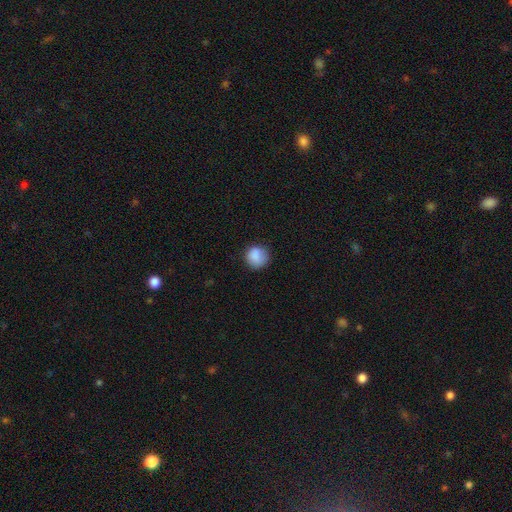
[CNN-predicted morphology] Overall: smooth (87%). How rounded: round (90%). Merging: none (78%).